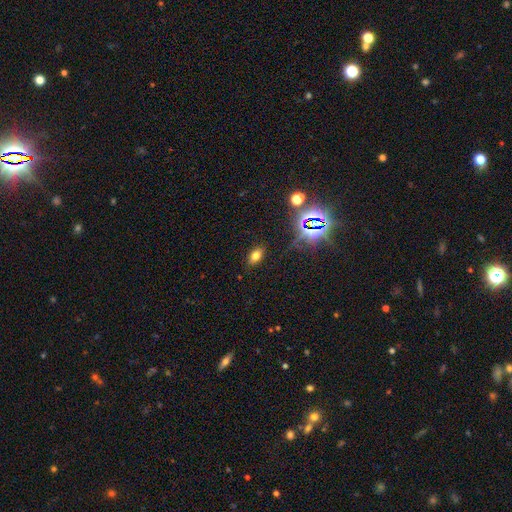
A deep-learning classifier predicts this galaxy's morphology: Q: Smooth or featured?
A: smooth (66%); runner-up: star or artifact (22%)
Q: How rounded?
A: in between (87%); runner-up: round (10%)
Q: Merging?
A: none (86%); runner-up: minor disturbance (10%)